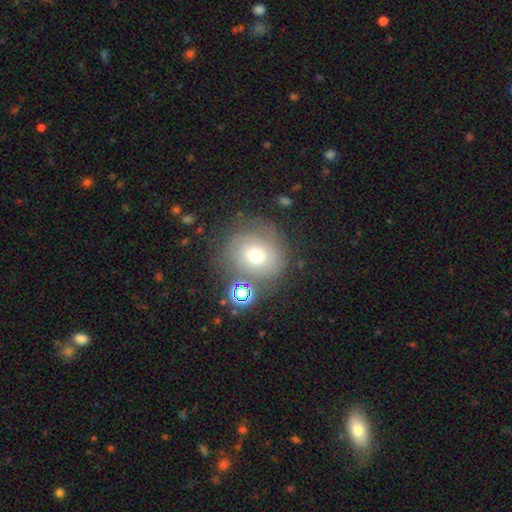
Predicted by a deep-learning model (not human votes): Smooth or featured? smooth (44%)
Merging? none (63%)